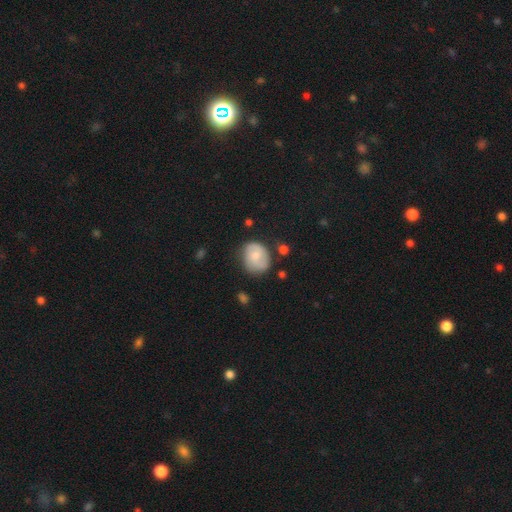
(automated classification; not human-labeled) Overall: smooth (57%; featured or disk 36%). How rounded: round (60%; in between 39%). Merging: none (63%; minor disturbance 26%).